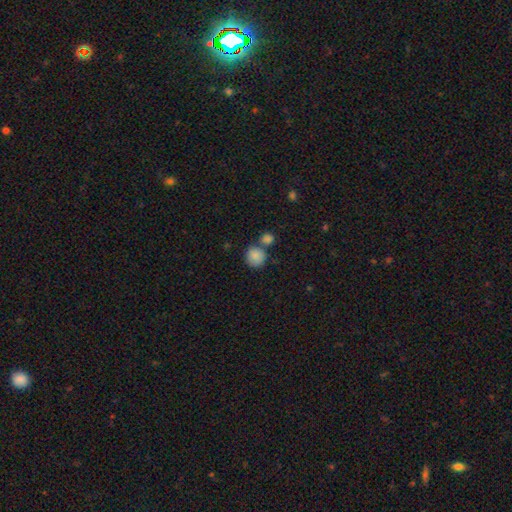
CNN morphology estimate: smooth-or-featured: smooth: 85% | star or artifact: 9% | featured or disk: 7%
  how-rounded: round: 88% | in between: 11% | cigar-shaped: 1%
  merging: none: 58% | merger: 29% | minor disturbance: 10% | major disturbance: 3%